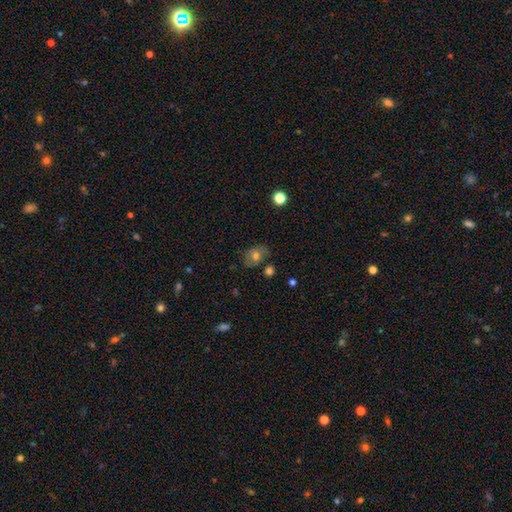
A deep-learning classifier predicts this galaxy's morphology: Smooth or featured? Predicted: smooth (p=0.66). How rounded? Predicted: in between (p=0.67). Merging? Predicted: none (p=0.69).